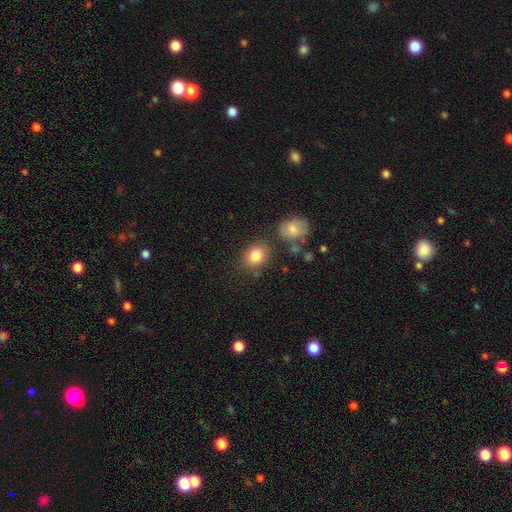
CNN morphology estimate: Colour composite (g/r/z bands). It shows a smooth galaxy with no disk features (83%) that is round (58%). Merging: none (76%).